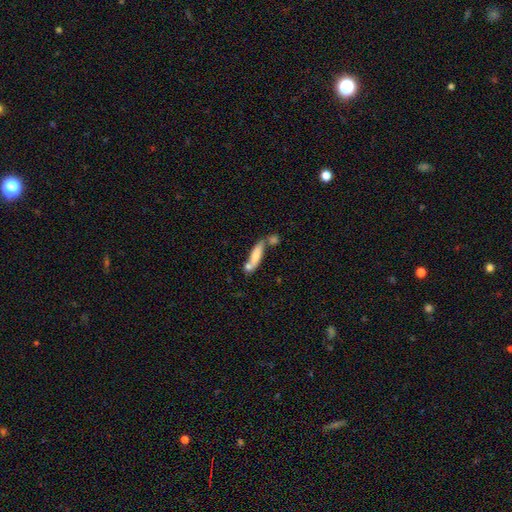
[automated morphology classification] Smooth or featured? smooth (69%)
How rounded? cigar-shaped (71%)
Merging? none (44%)